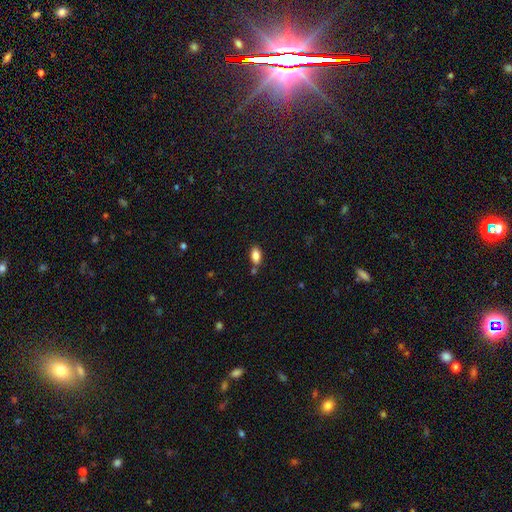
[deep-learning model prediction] A smooth galaxy with no disk features (84%) that is in between round and cigar-shaped (90%).

Vote fractions:
- Smooth or featured? smooth: 84% / star or artifact: 9% / featured or disk: 7%
- How rounded? in between: 90% / round: 5% / cigar-shaped: 5%
- Merging? none: 73% / minor disturbance: 13% / merger: 11% / major disturbance: 3%